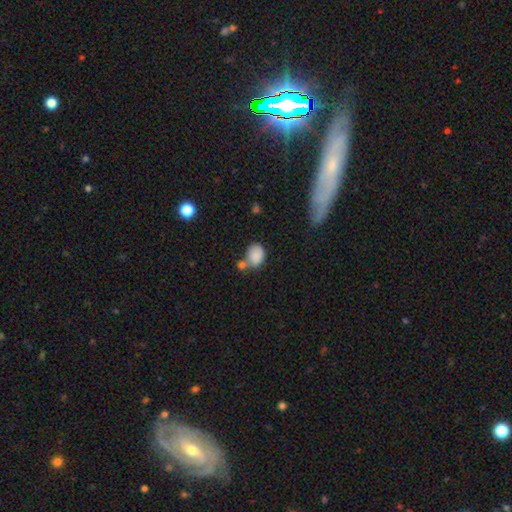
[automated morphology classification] smooth_or_featured: smooth (p=0.85) [alt: star or artifact p=0.09]
how_rounded: in between (p=0.57) [alt: round p=0.42]
merging: none (p=0.46) [alt: merger p=0.30]